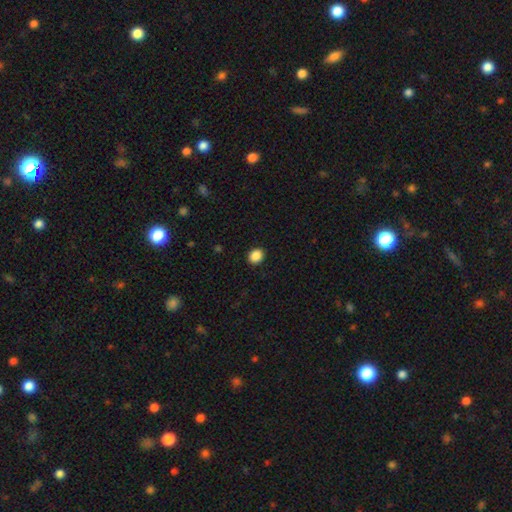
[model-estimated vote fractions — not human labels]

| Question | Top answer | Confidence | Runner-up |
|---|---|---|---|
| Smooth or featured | smooth | 88% | star or artifact (9%) |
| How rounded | round | 62% | in between (37%) |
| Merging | none | 91% | minor disturbance (6%) |